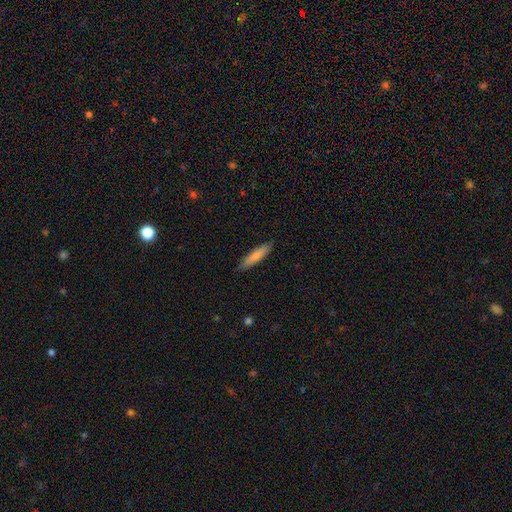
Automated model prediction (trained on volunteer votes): A smooth galaxy with no disk features (79%) that is cigar-shaped (81%). Merging: none (86%).